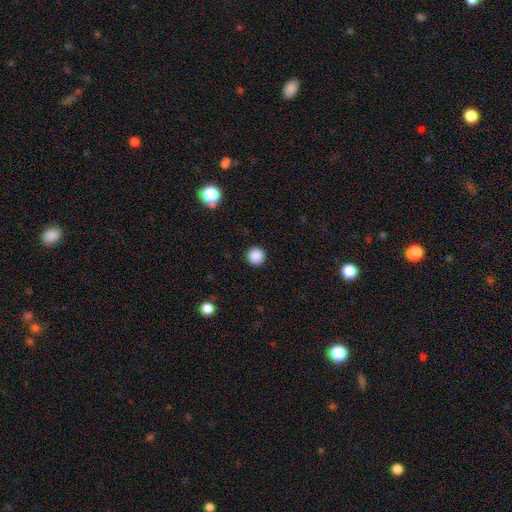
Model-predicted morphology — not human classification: Smooth or featured: smooth — 88% (star or artifact — 10%)
How rounded: round — 96% (in between — 3%)
Merging: none — 92% (minor disturbance — 5%)